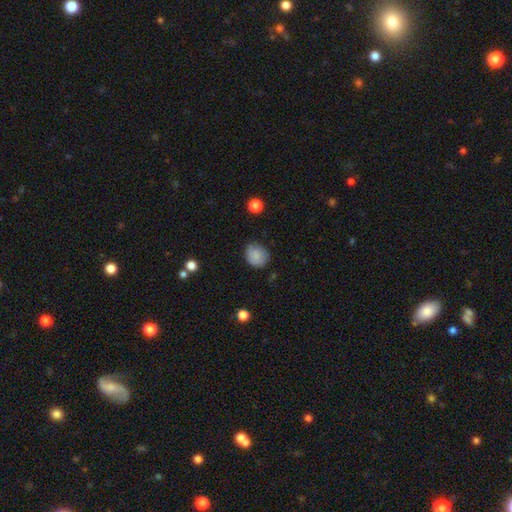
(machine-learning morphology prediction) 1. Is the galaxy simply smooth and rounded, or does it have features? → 83% smooth, 9% featured or disk, 8% star or artifact.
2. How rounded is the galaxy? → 77% round, 22% in between, 1% cigar-shaped.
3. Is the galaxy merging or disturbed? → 71% none, 23% minor disturbance, 4% major disturbance, 2% merger.